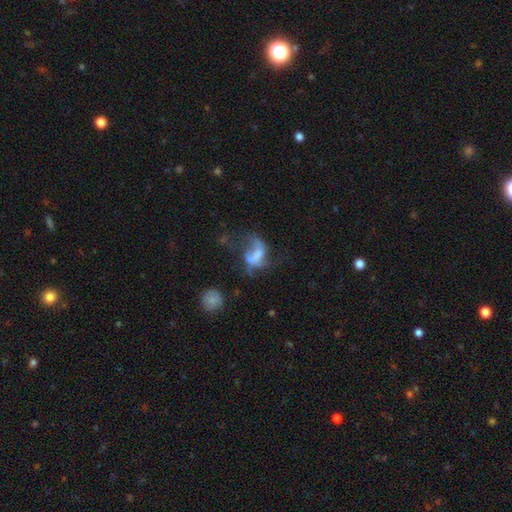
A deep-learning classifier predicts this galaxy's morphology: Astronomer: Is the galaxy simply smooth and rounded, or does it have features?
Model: featured or disk — 50% (runner-up: smooth, 37%).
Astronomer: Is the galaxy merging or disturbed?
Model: major disturbance — 48% (runner-up: none, 26%).